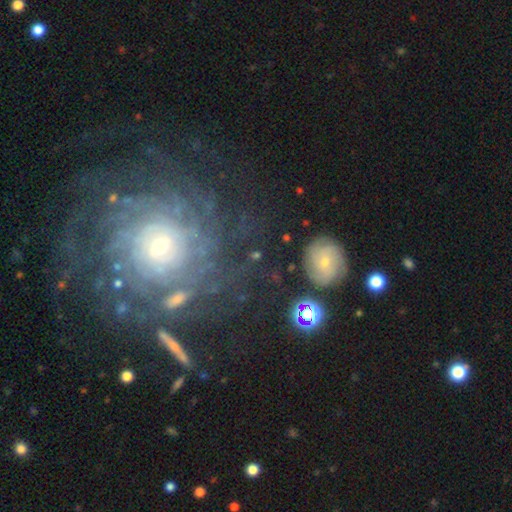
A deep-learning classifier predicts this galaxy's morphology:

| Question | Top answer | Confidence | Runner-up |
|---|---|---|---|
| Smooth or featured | featured or disk | 43% | smooth (31%) |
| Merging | none | 69% | minor disturbance (14%) |